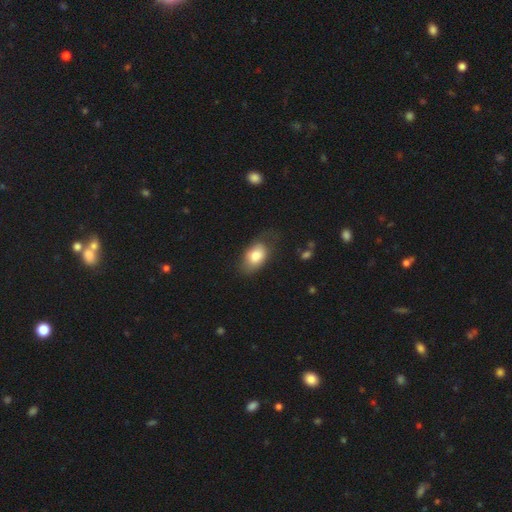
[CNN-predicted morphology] smooth 79%, featured or disk 14%, star or artifact 7%. Down the decision tree: how rounded — in between (88%); merging — none (58%).